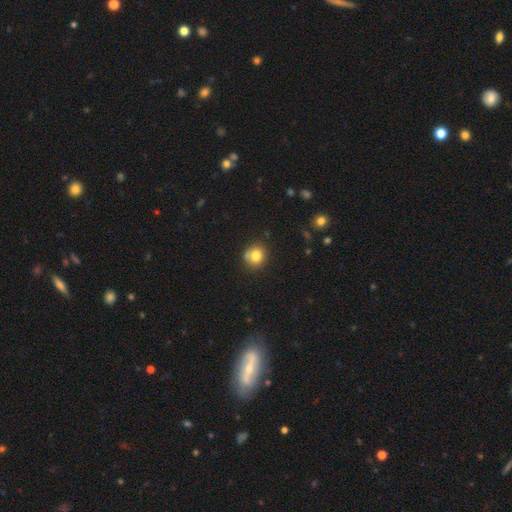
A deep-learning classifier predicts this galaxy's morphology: This appears to be a smooth galaxy with no disk features (79%) that is round (81%). Merging: none (67%).